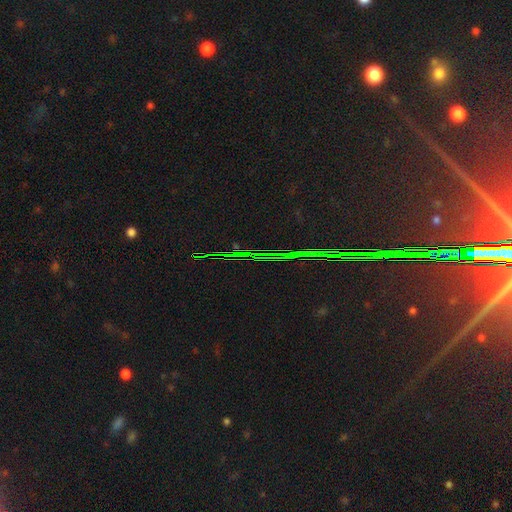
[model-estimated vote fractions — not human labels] Smooth or featured? Predicted: star or artifact (p=0.83).